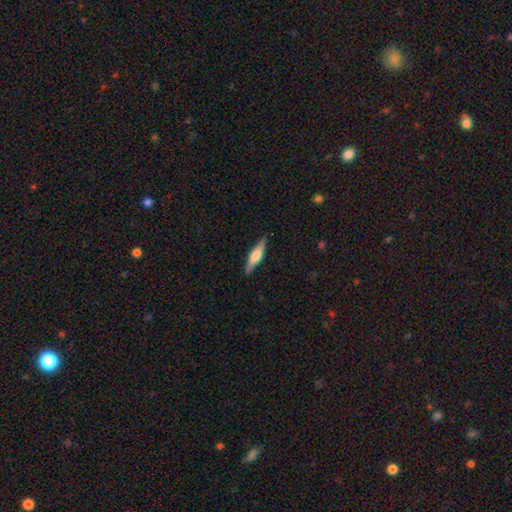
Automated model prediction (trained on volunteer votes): smooth_or_featured: featured or disk (p=0.49) [alt: smooth p=0.45]
merging: none (p=0.86) [alt: minor disturbance p=0.10]